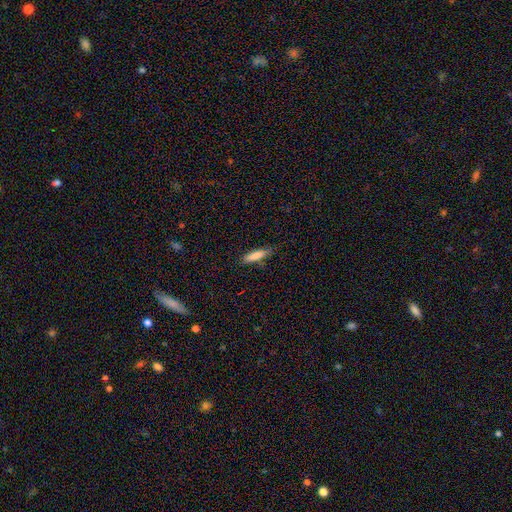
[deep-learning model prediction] Q: Smooth or featured?
A: smooth (81%); runner-up: featured or disk (12%)
Q: How rounded?
A: cigar-shaped (69%); runner-up: in between (29%)
Q: Merging?
A: none (78%); runner-up: minor disturbance (17%)